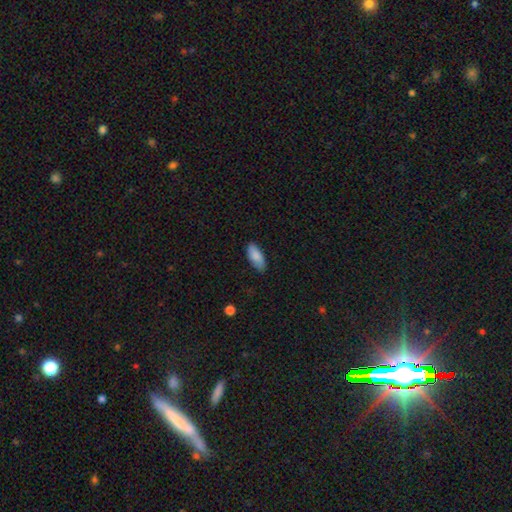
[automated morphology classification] Smooth or featured? Predicted: smooth (p=0.86). How rounded? Predicted: in between (p=0.84). Merging? Predicted: none (p=0.81).